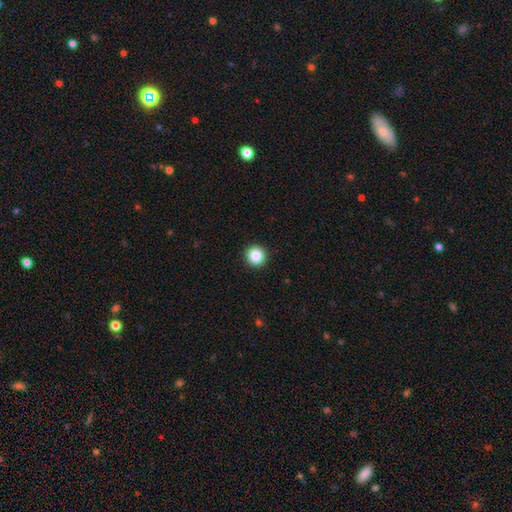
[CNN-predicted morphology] Smooth or featured: smooth — 86% (star or artifact — 10%)
How rounded: round — 95% (in between — 4%)
Merging: none — 93% (minor disturbance — 4%)